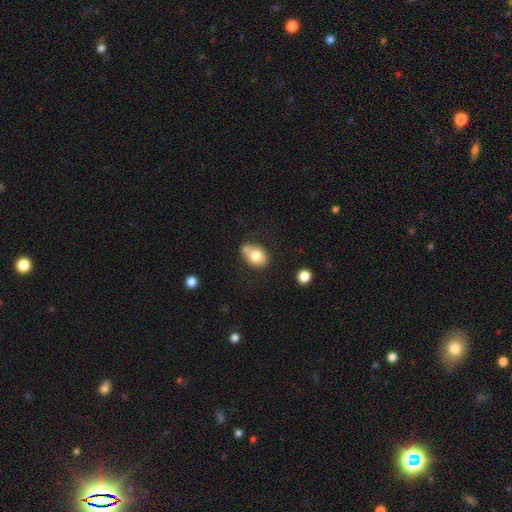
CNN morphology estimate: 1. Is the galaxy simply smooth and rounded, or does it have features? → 75% smooth, 16% featured or disk, 9% star or artifact.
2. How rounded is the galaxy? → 63% in between, 36% round, 1% cigar-shaped.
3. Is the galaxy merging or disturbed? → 48% none, 23% merger, 23% minor disturbance, 6% major disturbance.